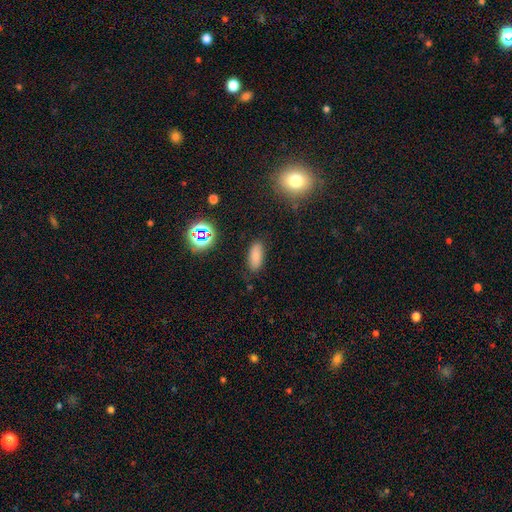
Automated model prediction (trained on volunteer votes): smooth 76%, star or artifact 14%, featured or disk 10%. Down the decision tree: how rounded — in between (84%); merging — none (83%).